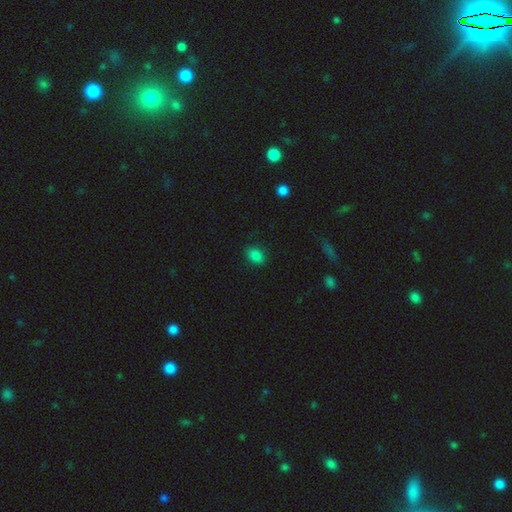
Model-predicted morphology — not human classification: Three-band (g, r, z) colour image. It shows a smooth galaxy with no disk features (84%) that is in between round and cigar-shaped (74%). Merging: none (87%).